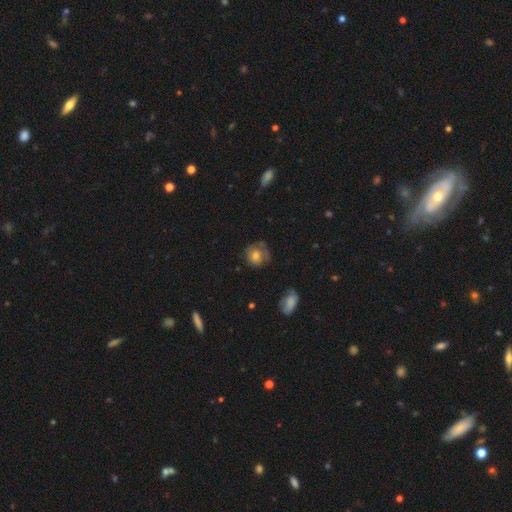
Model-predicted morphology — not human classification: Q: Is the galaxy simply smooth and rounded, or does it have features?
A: smooth — 58%.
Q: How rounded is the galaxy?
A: round — 81%.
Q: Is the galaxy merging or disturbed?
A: none — 58%.